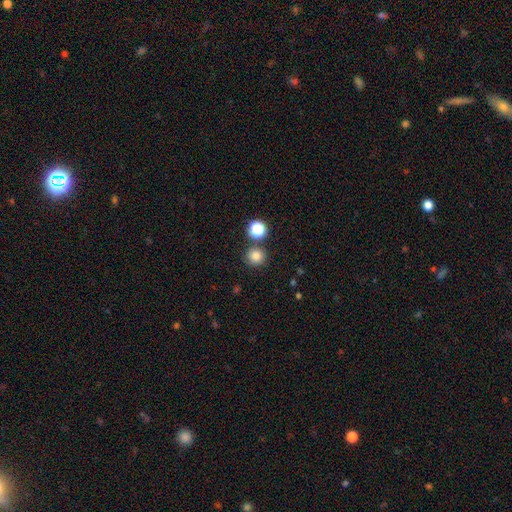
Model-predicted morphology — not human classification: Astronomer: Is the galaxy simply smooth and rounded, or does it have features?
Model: smooth — 81%.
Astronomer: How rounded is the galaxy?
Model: round — 91%.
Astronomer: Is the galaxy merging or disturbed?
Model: none — 78%.